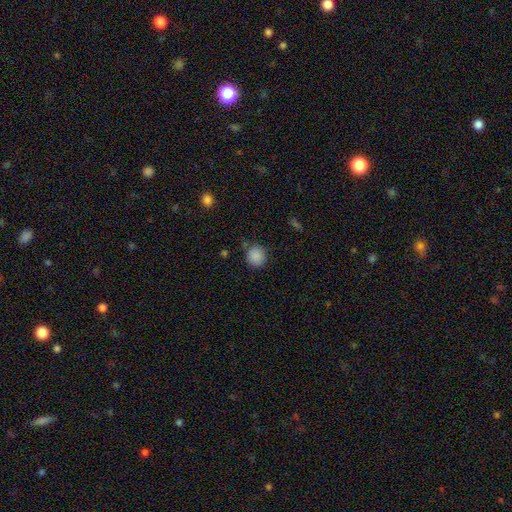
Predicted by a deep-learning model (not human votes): Morphology: type=smooth (88%); roundness=round (87%); merging=none (81%).